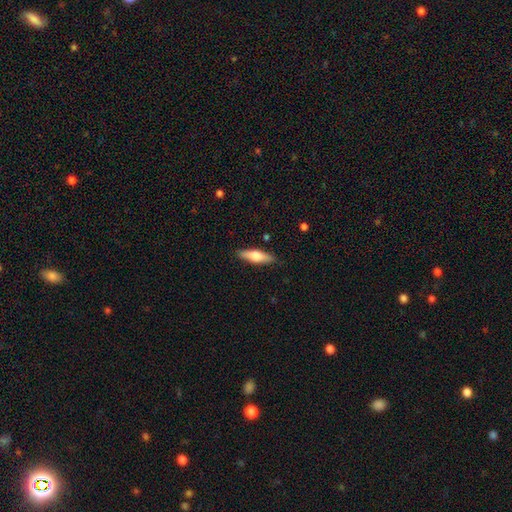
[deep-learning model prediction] smooth 61%, featured or disk 34%, star or artifact 6%. Down the decision tree: how rounded — cigar-shaped (56%); merging — none (87%).